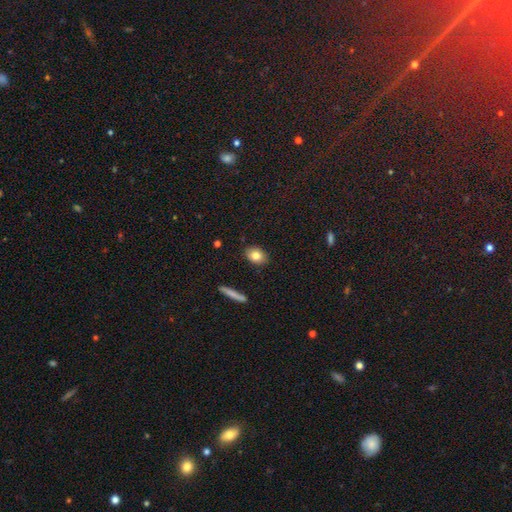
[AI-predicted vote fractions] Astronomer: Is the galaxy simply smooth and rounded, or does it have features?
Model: smooth — 81%.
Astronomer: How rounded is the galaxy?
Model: in between — 71%.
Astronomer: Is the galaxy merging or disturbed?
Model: none — 88%.